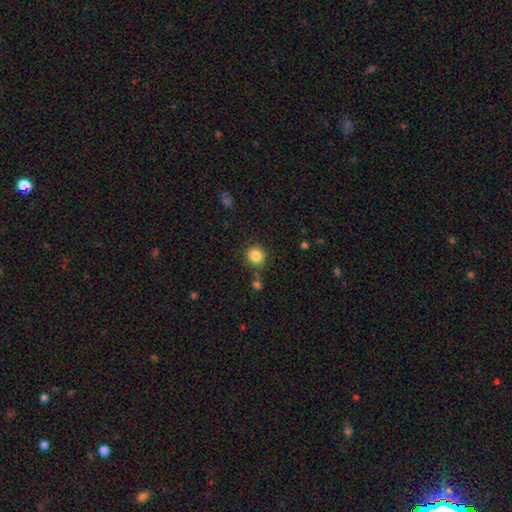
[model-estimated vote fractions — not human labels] Smooth or featured: smooth — 84% (star or artifact — 10%)
How rounded: round — 89% (in between — 10%)
Merging: none — 78% (minor disturbance — 11%)